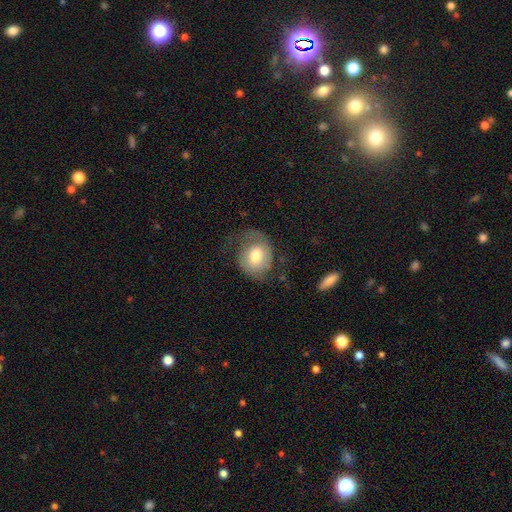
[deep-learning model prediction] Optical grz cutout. It shows a smooth galaxy with no disk features (53%) that is round (62%). Merging: none (44%).